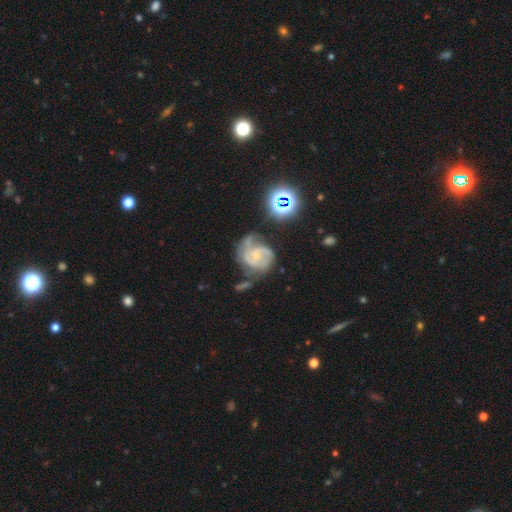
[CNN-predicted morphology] featured or disk 81%, smooth 10%, star or artifact 9%. Down the decision tree: edge-on disk — no (98%); bar — no (61%); spiral arms — yes (95%); spiral arm count — 2 (46%); spiral winding — medium (45%); bulge size — small (66%); merging — none (44%).